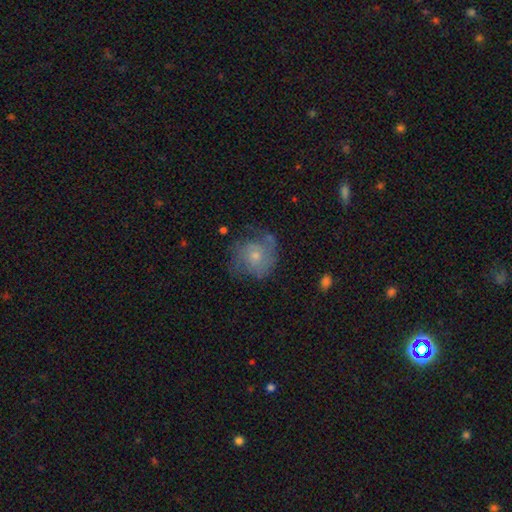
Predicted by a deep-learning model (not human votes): This appears to be a featured or disk galaxy (53%) with no bar (82%), spiral arms (74%) and a small central bulge (64%). Merging: none (53%).